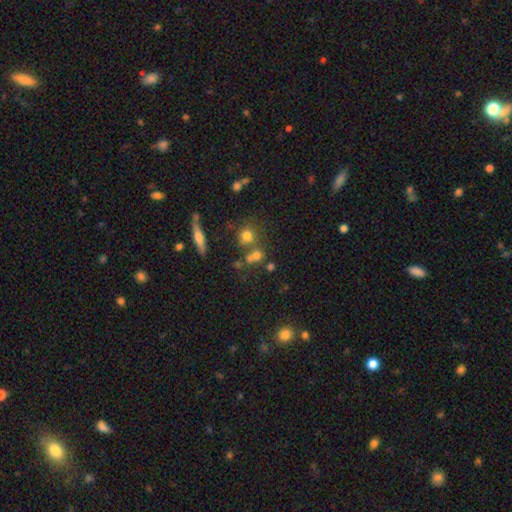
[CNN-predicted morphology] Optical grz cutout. It shows a smooth galaxy with no disk features (63%) that is round (75%). Merging: none (49%).